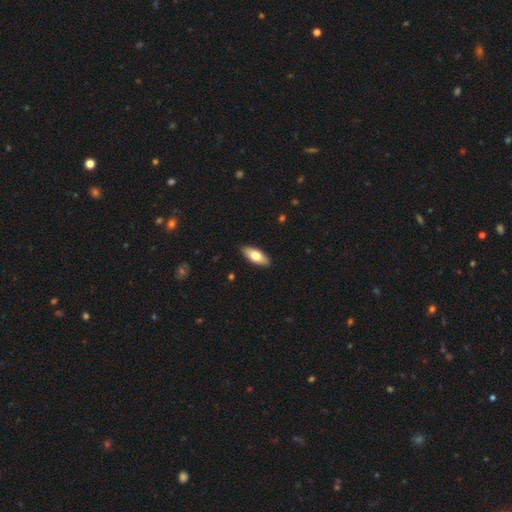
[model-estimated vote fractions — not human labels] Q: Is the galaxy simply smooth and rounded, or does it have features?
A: smooth — 72%.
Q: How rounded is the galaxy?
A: in between — 80%.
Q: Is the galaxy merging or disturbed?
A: none — 90%.